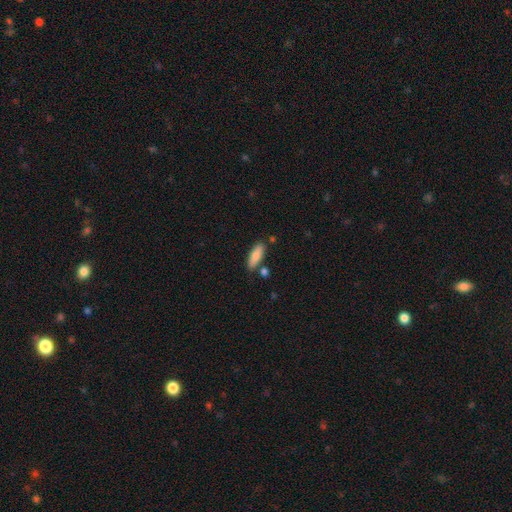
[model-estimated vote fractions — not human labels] smooth 81%, featured or disk 13%, star or artifact 6%. Down the decision tree: how rounded — in between (56%); merging — none (79%).